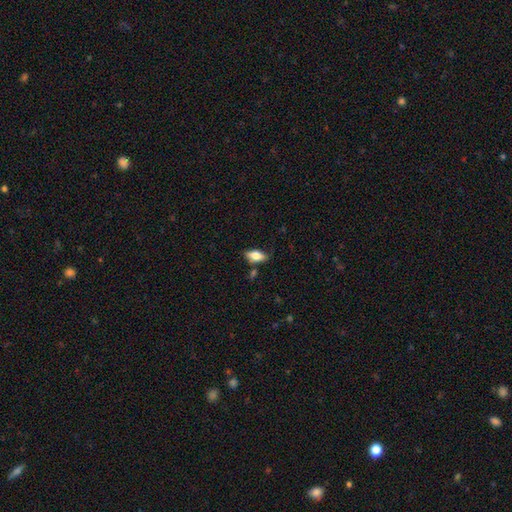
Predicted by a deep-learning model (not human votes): Overall: smooth (75%). How rounded: in between (88%). Merging: none (75%).